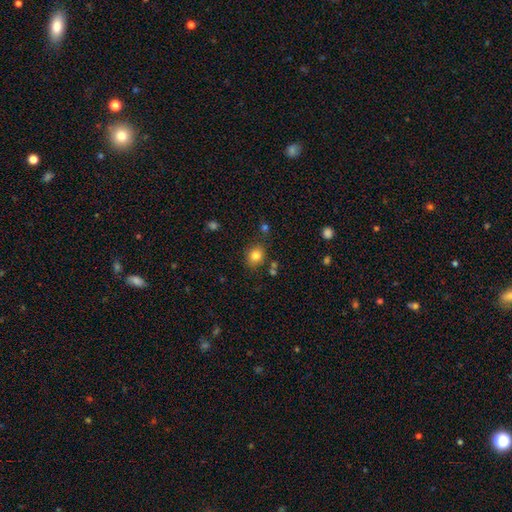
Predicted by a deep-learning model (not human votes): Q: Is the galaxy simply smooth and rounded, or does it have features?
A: smooth — 82%.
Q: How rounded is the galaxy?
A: round — 66%.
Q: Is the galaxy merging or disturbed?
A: none — 79%.